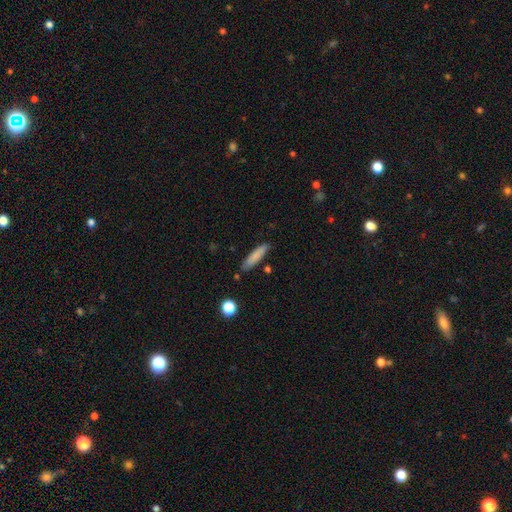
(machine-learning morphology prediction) Smooth or featured? smooth (82%)
How rounded? cigar-shaped (78%)
Merging? none (83%)